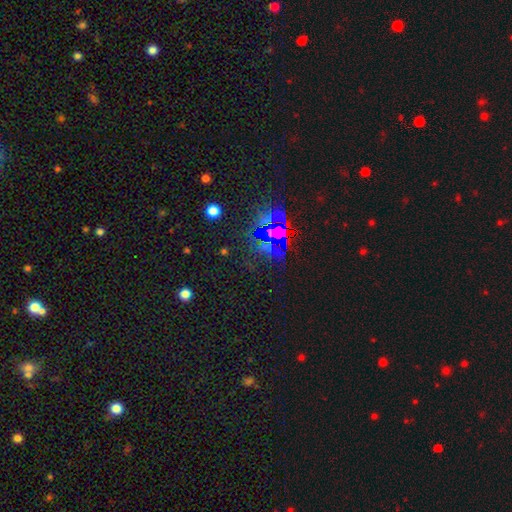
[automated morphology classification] type=star or artifact (84%).